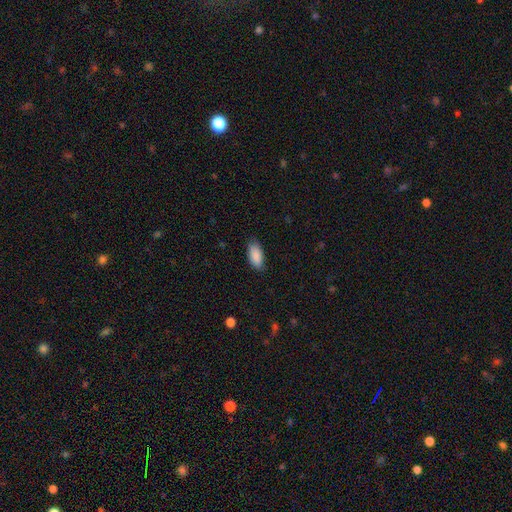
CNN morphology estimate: The model was most divided on "merging": none: 83%, minor disturbance: 14%, major disturbance: 3%, merger: 1%. More confident: how rounded — in between (90%); smooth or featured — smooth (90%).